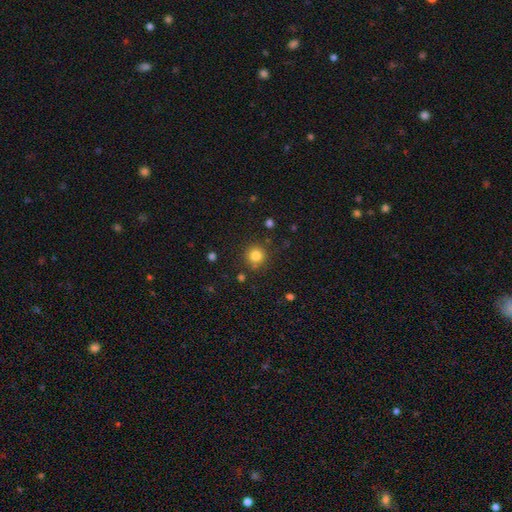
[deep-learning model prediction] This appears to be a smooth galaxy with no disk features (82%) that is round (94%). Merging: none (84%).